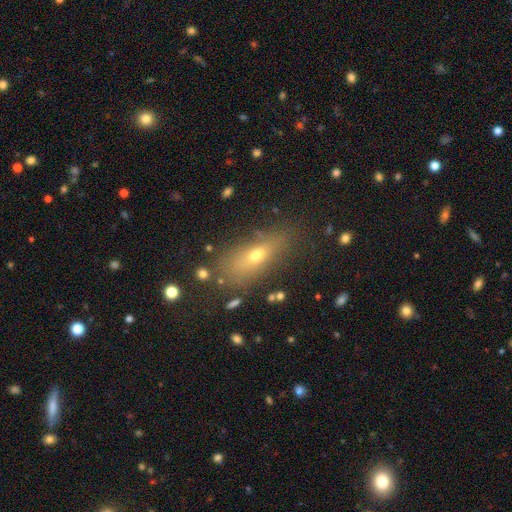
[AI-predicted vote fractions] Morphology: type=smooth (61%); roundness=in between (65%); merging=none (72%).